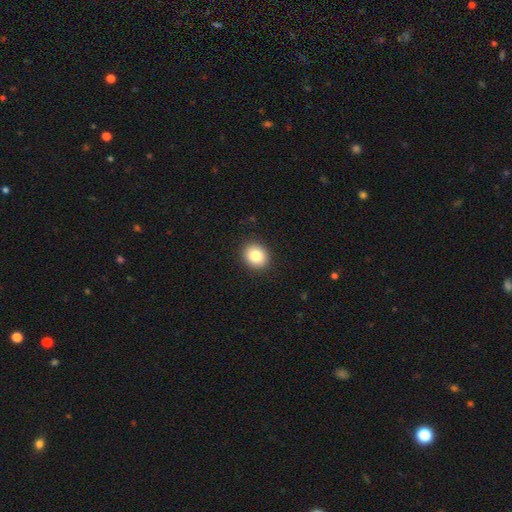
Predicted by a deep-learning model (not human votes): This appears to be a smooth galaxy with no disk features (85%) that is round (62%). Merging: none (91%).